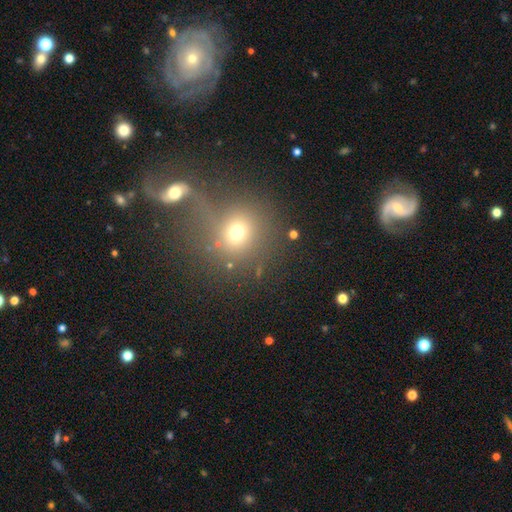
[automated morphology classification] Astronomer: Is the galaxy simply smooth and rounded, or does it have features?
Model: smooth — 42% (runner-up: star or artifact, 35%).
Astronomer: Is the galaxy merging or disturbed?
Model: none — 66%.